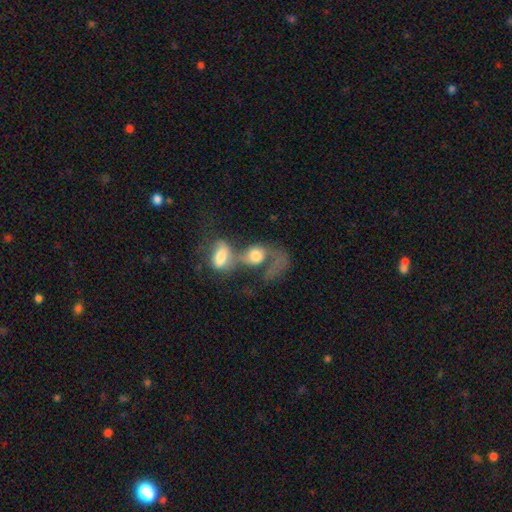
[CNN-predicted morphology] Smooth or featured? Predicted: smooth (p=0.48). Merging? Predicted: merger (p=0.71).